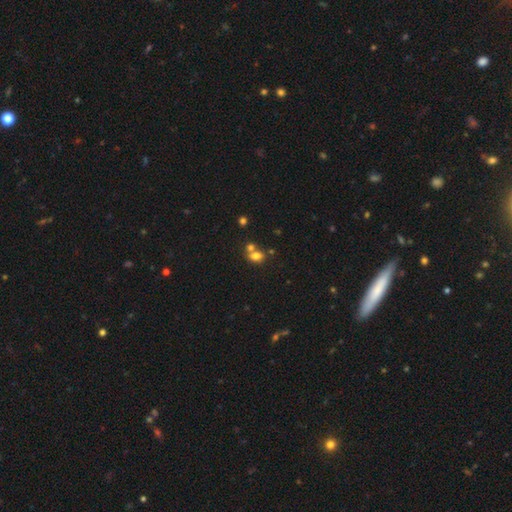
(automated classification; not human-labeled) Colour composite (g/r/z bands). It shows a smooth galaxy with no disk features (75%) that is in between round and cigar-shaped (62%). Merging: merger (46%).